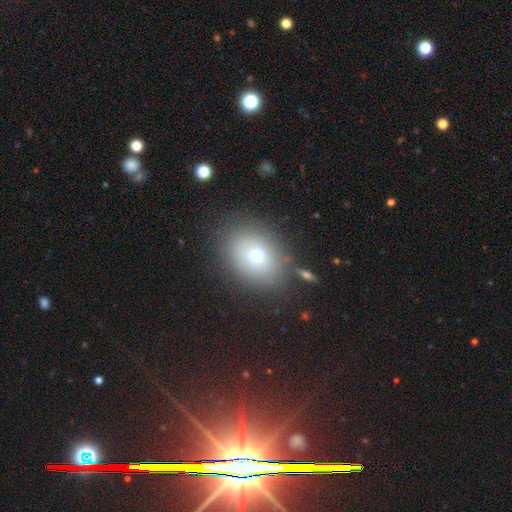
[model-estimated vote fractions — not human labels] A smooth galaxy with no disk features (69%) that is in between round and cigar-shaped (53%). Merging: none (79%).